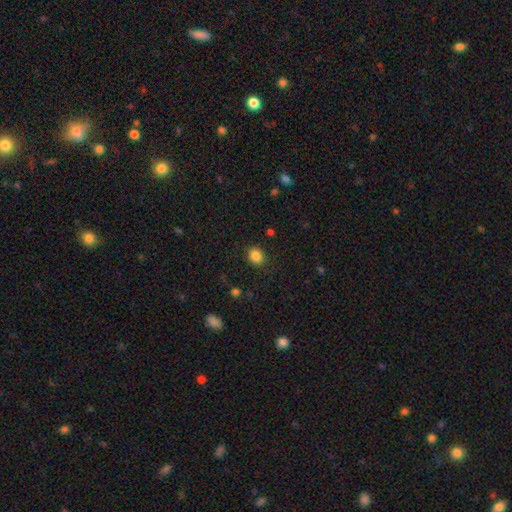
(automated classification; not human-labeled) A smooth galaxy with no disk features (85%) that is round (63%). Merging: none (87%).